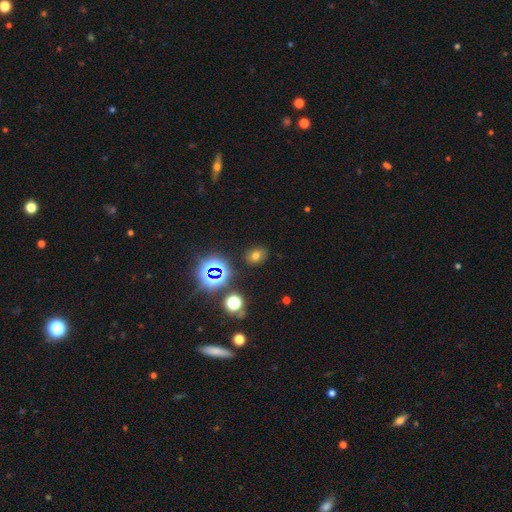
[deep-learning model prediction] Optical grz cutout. It shows a smooth galaxy with no disk features (64%) that is in between round and cigar-shaped (52%). Merging: none (84%).